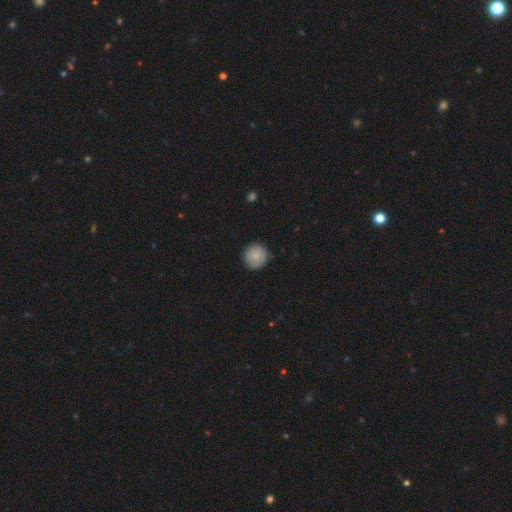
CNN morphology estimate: This appears to be a smooth galaxy with no disk features (86%) that is round (94%). Merging: none (88%).